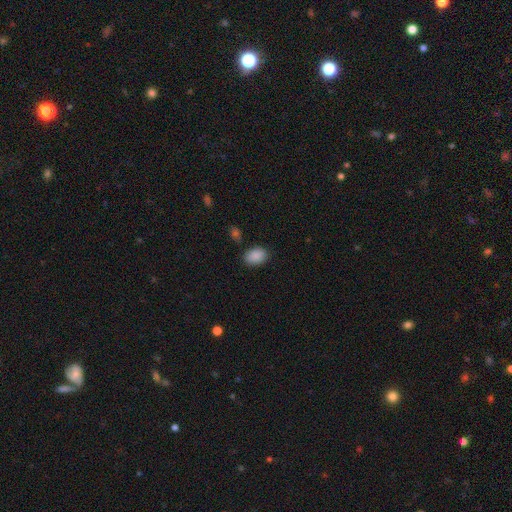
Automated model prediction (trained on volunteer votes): This is clearly a smooth galaxy (88%). How rounded: clearly in between (82%). Merging: clearly none (80%).